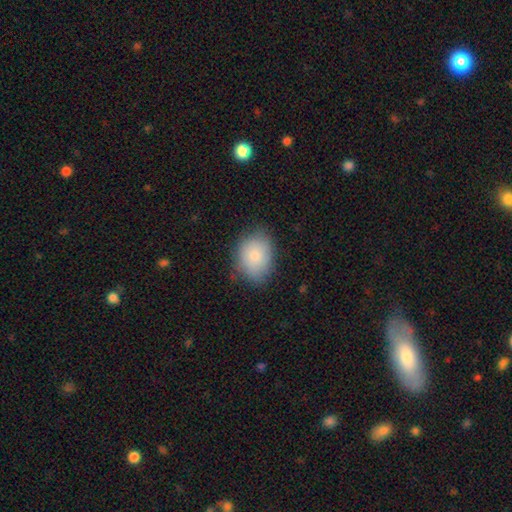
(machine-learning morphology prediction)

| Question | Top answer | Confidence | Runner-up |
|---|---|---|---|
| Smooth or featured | smooth | 82% | featured or disk (10%) |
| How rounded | in between | 65% | round (34%) |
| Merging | none | 76% | minor disturbance (18%) |